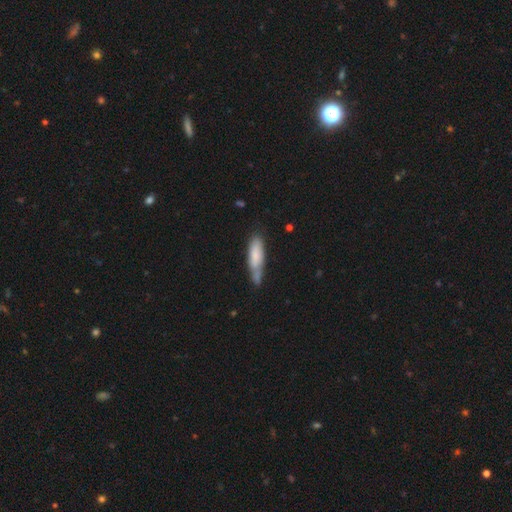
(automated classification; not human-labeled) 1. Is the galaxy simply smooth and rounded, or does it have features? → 72% smooth, 22% featured or disk, 6% star or artifact.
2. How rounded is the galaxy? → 65% cigar-shaped, 33% in between, 2% round.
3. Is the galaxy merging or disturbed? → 52% none, 29% minor disturbance, 11% merger, 8% major disturbance.